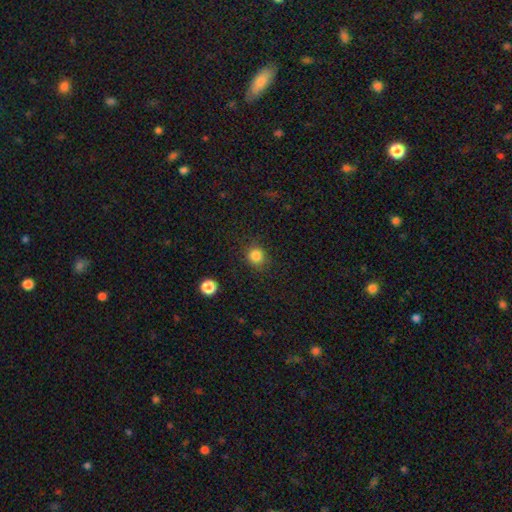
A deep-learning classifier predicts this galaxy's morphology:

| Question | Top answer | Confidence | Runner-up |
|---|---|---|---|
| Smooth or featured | smooth | 85% | star or artifact (11%) |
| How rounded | round | 86% | in between (13%) |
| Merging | none | 84% | minor disturbance (11%) |